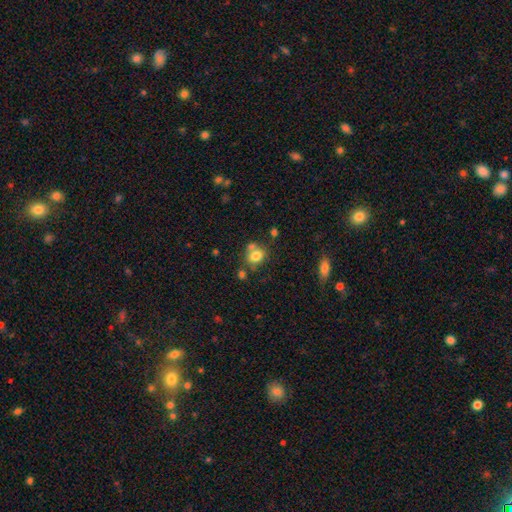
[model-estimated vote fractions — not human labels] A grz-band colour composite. It shows a smooth galaxy with no disk features (77%) that is round (53%). Merging: none (55%).